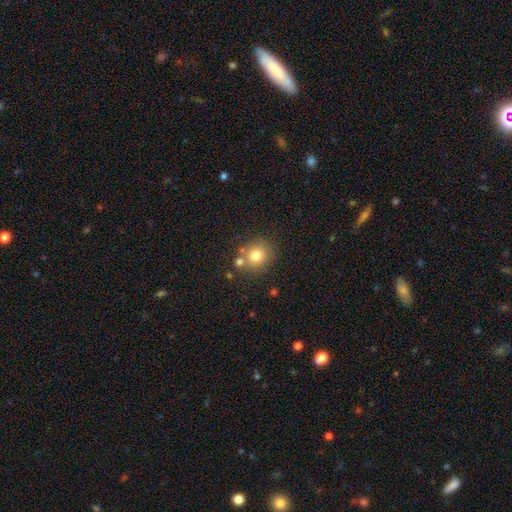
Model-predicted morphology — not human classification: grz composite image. It shows a smooth galaxy with no disk features (78%) that is round (81%). Merging: none (69%).